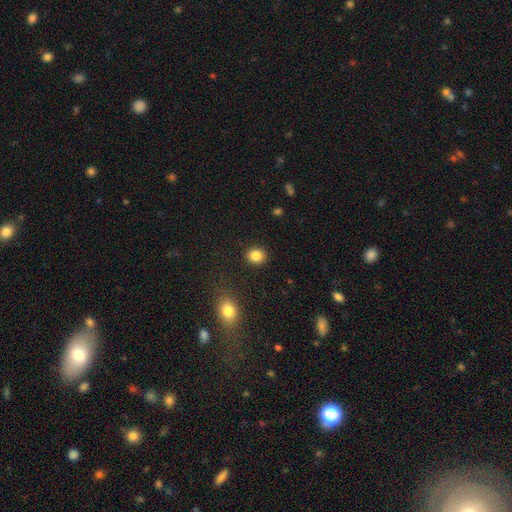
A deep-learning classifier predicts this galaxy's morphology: type=smooth (86%); roundness=round (73%); merging=none (90%).